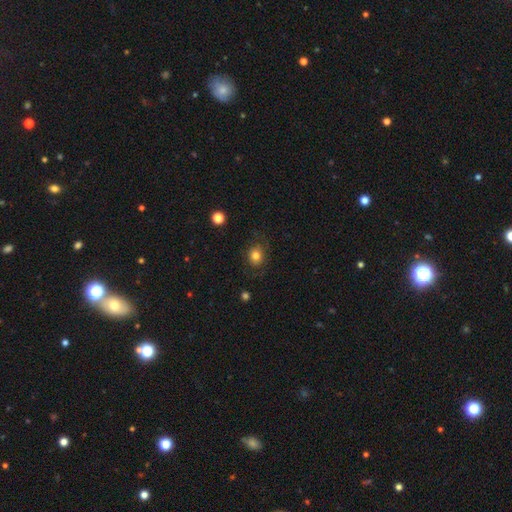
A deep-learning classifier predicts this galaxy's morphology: This is likely a smooth galaxy (78%). How rounded: likely round (70%). Merging: likely none (74%).